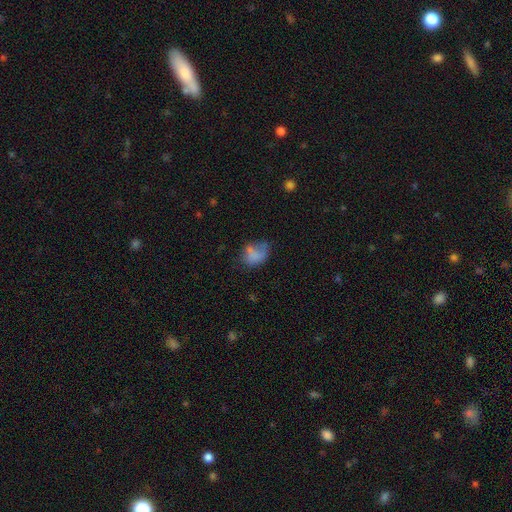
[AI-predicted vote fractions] Q: Smooth or featured?
A: smooth (71%); runner-up: featured or disk (18%)
Q: How rounded?
A: in between (69%); runner-up: round (30%)
Q: Merging?
A: none (35%); runner-up: minor disturbance (28%)